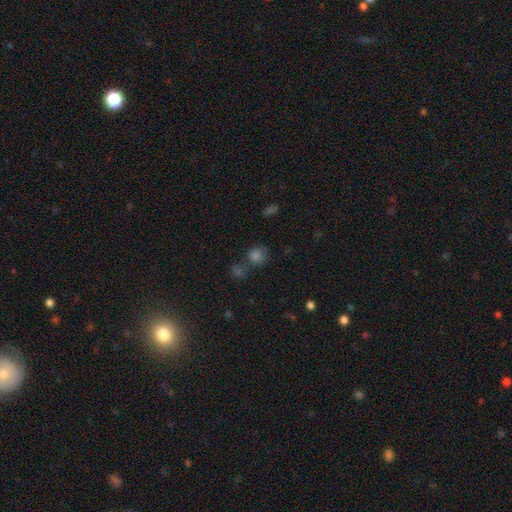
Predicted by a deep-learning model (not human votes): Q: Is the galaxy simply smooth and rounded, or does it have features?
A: smooth — 72%.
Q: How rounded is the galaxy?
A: round — 82%.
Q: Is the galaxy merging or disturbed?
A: none — 61%.